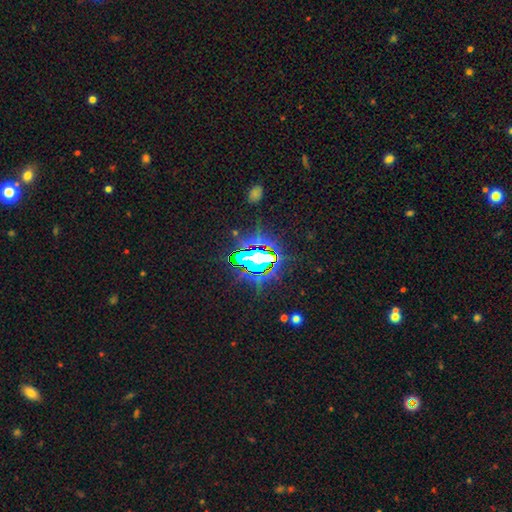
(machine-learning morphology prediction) A star or artifact, not a galaxy (74%).